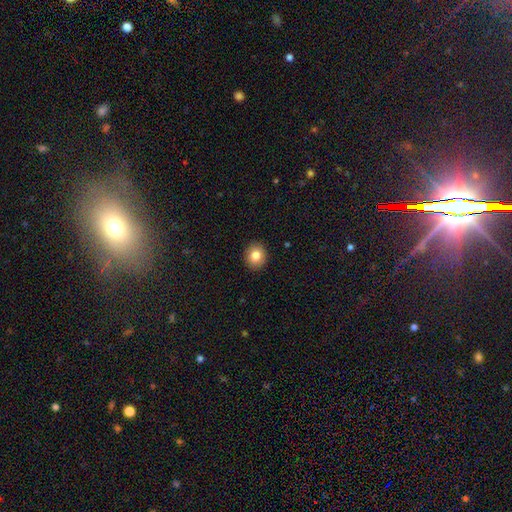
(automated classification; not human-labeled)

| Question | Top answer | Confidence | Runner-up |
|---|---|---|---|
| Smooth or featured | smooth | 82% | star or artifact (9%) |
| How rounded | round | 72% | in between (27%) |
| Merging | none | 92% | minor disturbance (6%) |